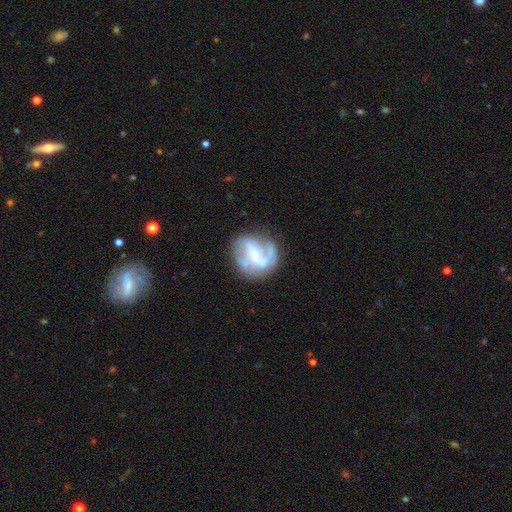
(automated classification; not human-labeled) Smooth or featured? featured or disk (67%)
Edge-on disk? no (98%)
Bar? no (49%)
Spiral arms? yes (64%)
Bulge size? small (38%)
Merging? none (49%)